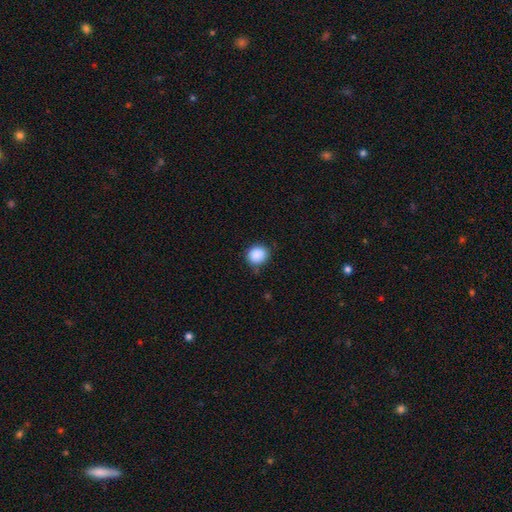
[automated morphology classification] This appears to be a smooth galaxy with no disk features (89%) that is round (82%). Merging: none (81%).